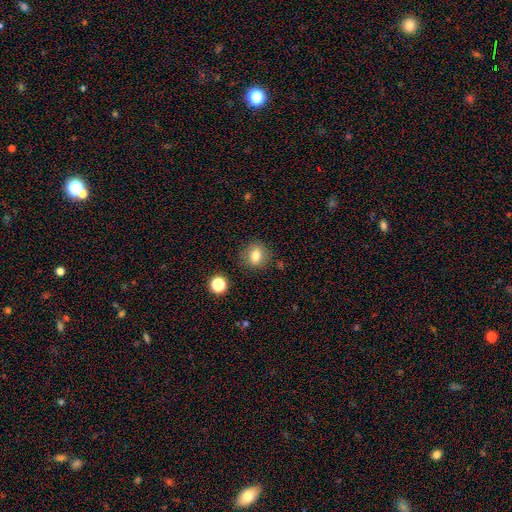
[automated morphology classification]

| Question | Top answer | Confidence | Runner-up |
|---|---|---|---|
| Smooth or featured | smooth | 77% | star or artifact (11%) |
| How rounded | round | 69% | in between (30%) |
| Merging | none | 84% | minor disturbance (11%) |